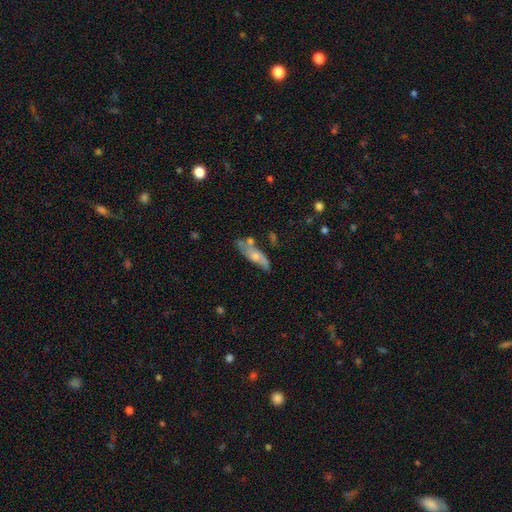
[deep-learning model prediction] Morphology: type=featured or disk (51%); edge-on=no (77%); merging=none (46%).